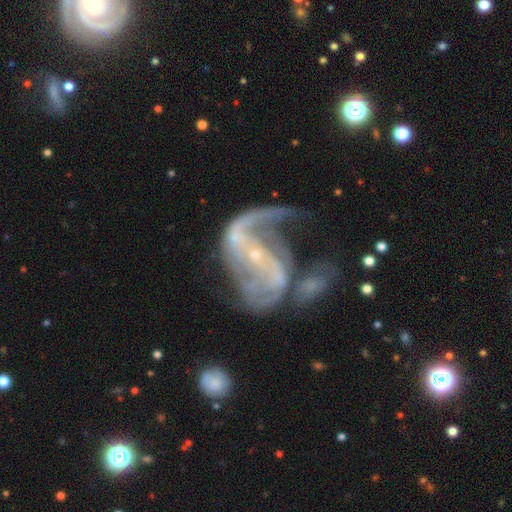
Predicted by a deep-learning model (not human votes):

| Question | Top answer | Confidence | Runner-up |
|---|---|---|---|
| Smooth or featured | featured or disk | 88% | star or artifact (7%) |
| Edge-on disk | no | 97% | yes (3%) |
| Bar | strong | 35% | no (33%) |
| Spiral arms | yes | 92% | no (8%) |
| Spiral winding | loose | 55% | medium (34%) |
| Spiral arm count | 2 | 75% | 1 (9%) |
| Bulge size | small | 82% | moderate (12%) |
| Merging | major disturbance | 35% | none (29%) |